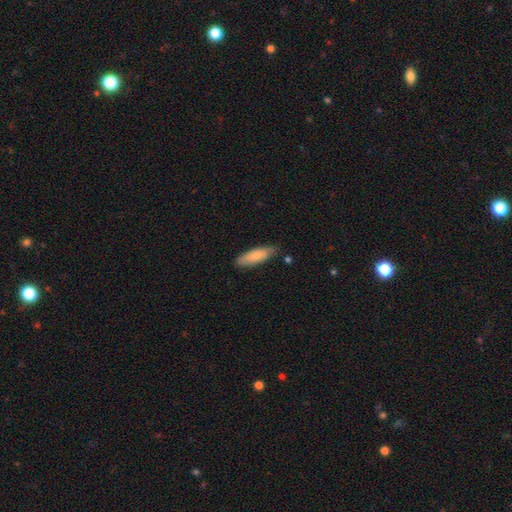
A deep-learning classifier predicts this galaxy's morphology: smooth 81%, featured or disk 13%, star or artifact 5%. Down the decision tree: how rounded — in between (49%, tied with cigar-shaped); merging — none (80%).